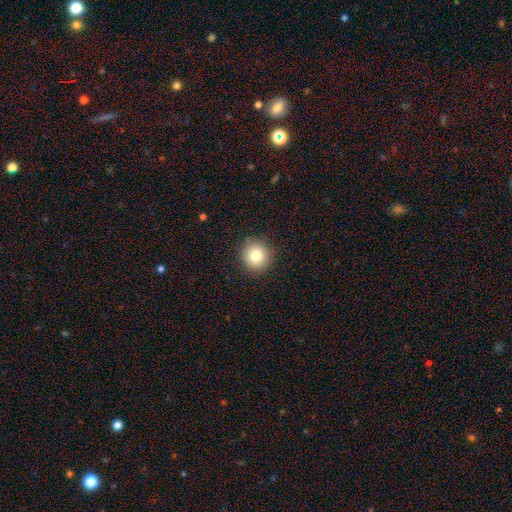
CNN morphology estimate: Smooth or featured: smooth — 79% (star or artifact — 11%)
How rounded: round — 92% (in between — 7%)
Merging: none — 90% (minor disturbance — 7%)